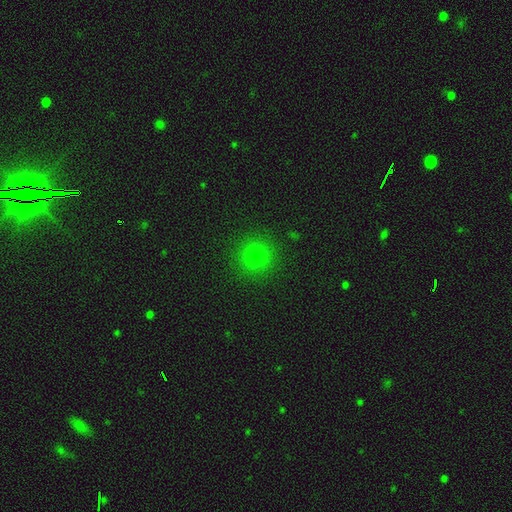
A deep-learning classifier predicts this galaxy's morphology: Q: Smooth or featured?
A: smooth (76%); runner-up: star or artifact (17%)
Q: How rounded?
A: round (91%); runner-up: in between (8%)
Q: Merging?
A: none (88%); runner-up: minor disturbance (7%)